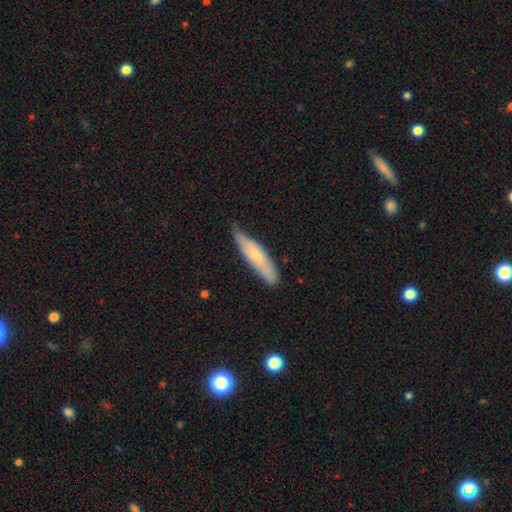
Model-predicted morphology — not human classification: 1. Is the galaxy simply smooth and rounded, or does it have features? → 61% smooth, 33% featured or disk, 6% star or artifact.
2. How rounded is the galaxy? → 75% cigar-shaped, 24% in between, 2% round.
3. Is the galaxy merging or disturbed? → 66% none, 28% minor disturbance, 4% major disturbance, 2% merger.